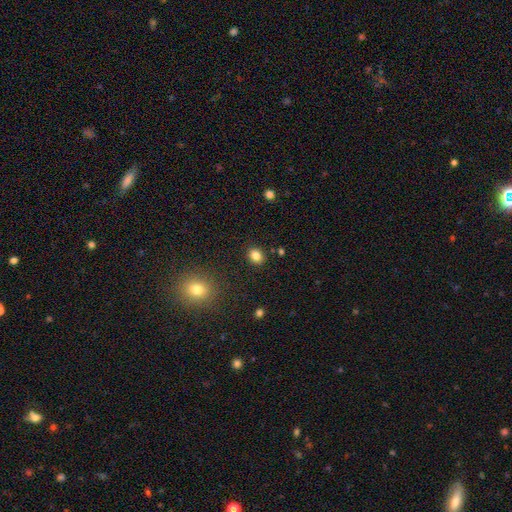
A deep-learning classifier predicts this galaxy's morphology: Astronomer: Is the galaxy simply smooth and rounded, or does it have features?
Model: smooth — 83%.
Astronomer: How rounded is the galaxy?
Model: round — 57% (runner-up: in between, 42%).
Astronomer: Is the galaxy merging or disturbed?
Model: none — 88%.